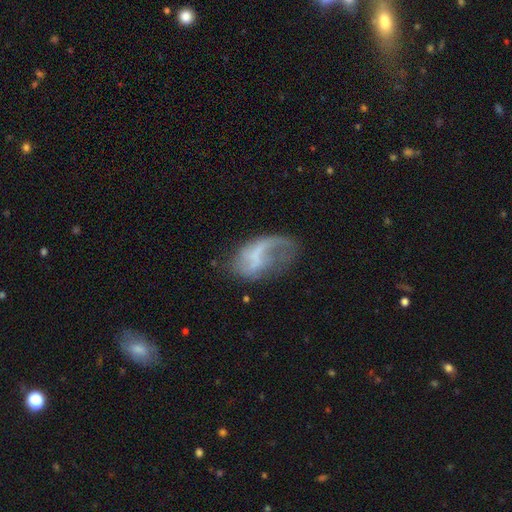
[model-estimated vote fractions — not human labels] featured or disk 62%, smooth 28%, star or artifact 10%. Down the decision tree: edge-on disk — no (96%); bar — no (48%); spiral arms — yes (68%); bulge size — none (62%); merging — none (36%).